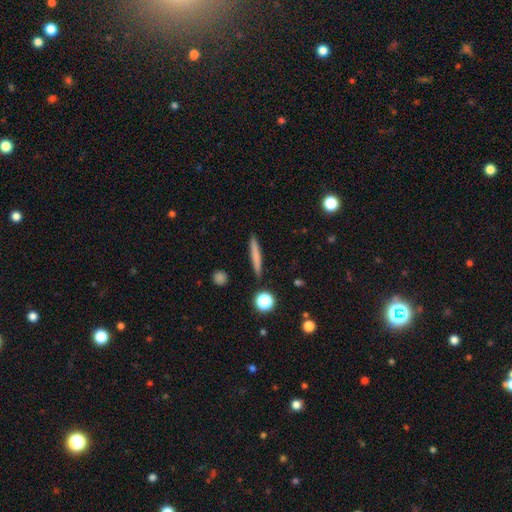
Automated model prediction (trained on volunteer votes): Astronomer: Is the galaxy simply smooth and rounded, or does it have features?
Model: smooth — 70%.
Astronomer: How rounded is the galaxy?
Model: cigar-shaped — 94%.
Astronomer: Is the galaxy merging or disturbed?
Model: none — 90%.